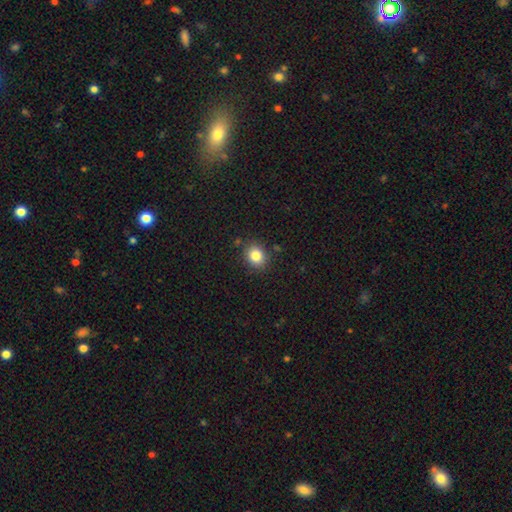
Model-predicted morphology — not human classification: Smooth or featured: smooth — 83% (star or artifact — 11%)
How rounded: round — 68% (in between — 31%)
Merging: none — 85% (minor disturbance — 10%)